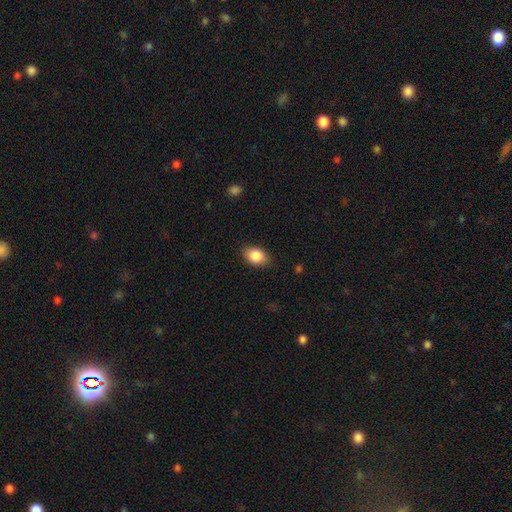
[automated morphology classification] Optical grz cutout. It shows a smooth galaxy with no disk features (86%) that is in between round and cigar-shaped (82%). Merging: none (83%).